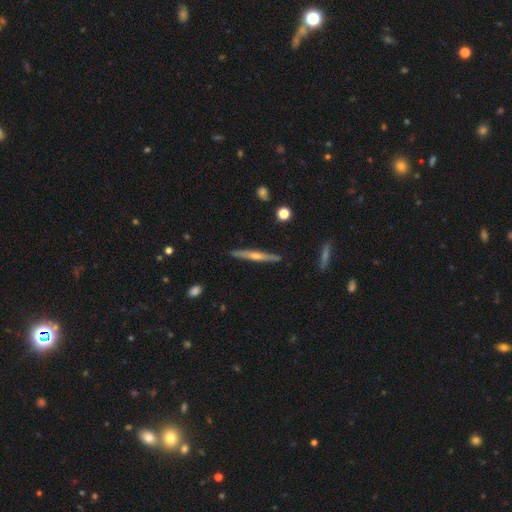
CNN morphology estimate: Q: Smooth or featured?
A: featured or disk (69%); runner-up: smooth (25%)
Q: Edge-on disk?
A: yes (97%); runner-up: no (3%)
Q: Edge-on bulge?
A: rounded (82%); runner-up: none (13%)
Q: Merging?
A: none (89%); runner-up: minor disturbance (8%)